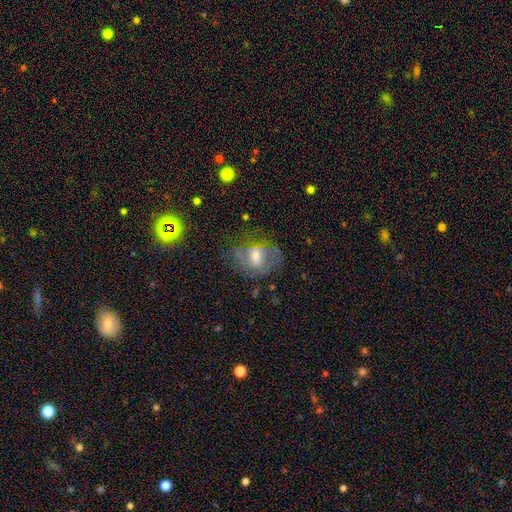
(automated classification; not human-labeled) The model was most divided on "bar": weak: 44%, no: 37%, strong: 19%. More confident: edge-on disk — no (95%); spiral arms — yes (65%); smooth or featured — featured or disk (61%); bulge size — moderate (58%); merging — none (54%).